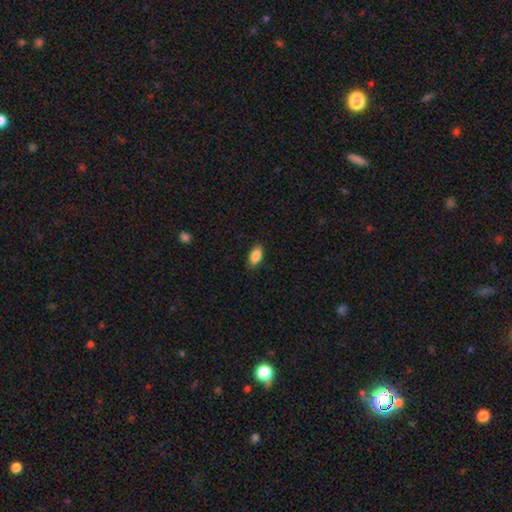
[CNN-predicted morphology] Smooth or featured? Predicted: smooth (p=0.88). How rounded? Predicted: in between (p=0.91). Merging? Predicted: none (p=0.87).